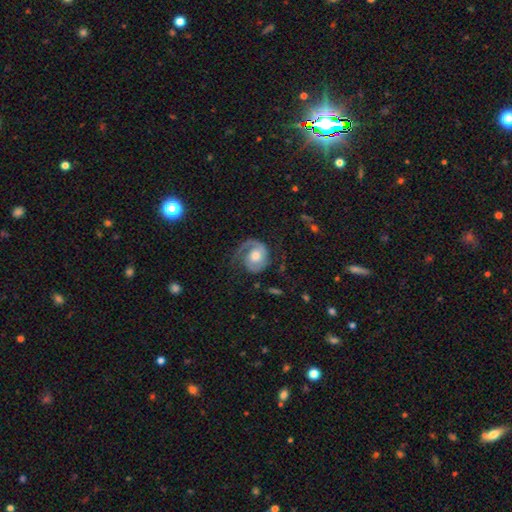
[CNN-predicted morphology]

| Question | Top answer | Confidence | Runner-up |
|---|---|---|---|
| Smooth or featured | featured or disk | 78% | smooth (16%) |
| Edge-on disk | no | 98% | yes (2%) |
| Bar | no | 72% | weak (23%) |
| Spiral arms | yes | 94% | no (6%) |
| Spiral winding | tight | 45% | medium (37%) |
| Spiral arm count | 1 | 61% | 2 (31%) |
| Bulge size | moderate | 60% | large (25%) |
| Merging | none | 59% | major disturbance (20%) |